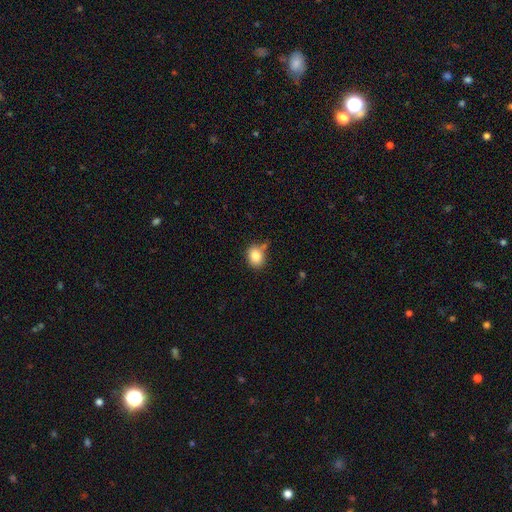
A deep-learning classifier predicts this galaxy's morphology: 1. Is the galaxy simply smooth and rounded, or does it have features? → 84% smooth, 9% star or artifact, 6% featured or disk.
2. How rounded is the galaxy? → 50% round, 49% in between, 1% cigar-shaped.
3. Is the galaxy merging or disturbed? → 68% none, 19% minor disturbance, 9% merger, 4% major disturbance.